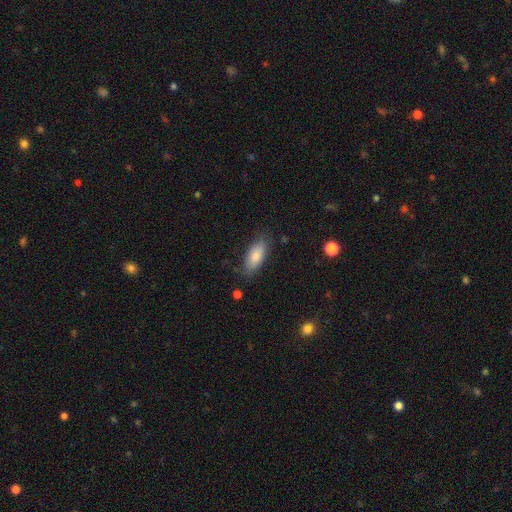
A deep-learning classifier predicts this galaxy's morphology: smooth 82%, featured or disk 12%, star or artifact 6%. Down the decision tree: how rounded — in between (84%); merging — none (78%).